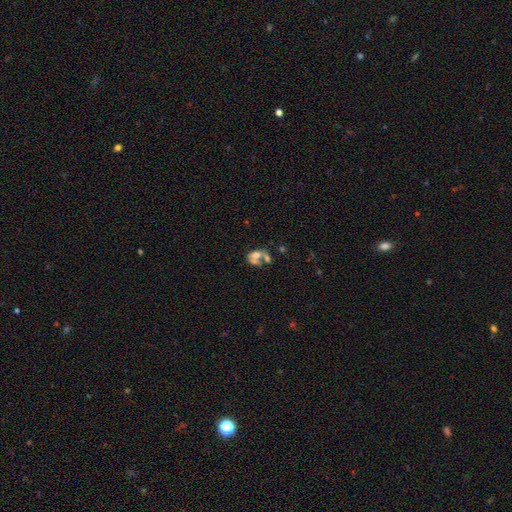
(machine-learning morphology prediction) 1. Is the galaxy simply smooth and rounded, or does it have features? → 52% smooth, 36% featured or disk, 12% star or artifact.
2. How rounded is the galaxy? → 74% in between, 24% round, 2% cigar-shaped.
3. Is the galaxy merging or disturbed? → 57% merger, 18% none, 15% major disturbance, 10% minor disturbance.